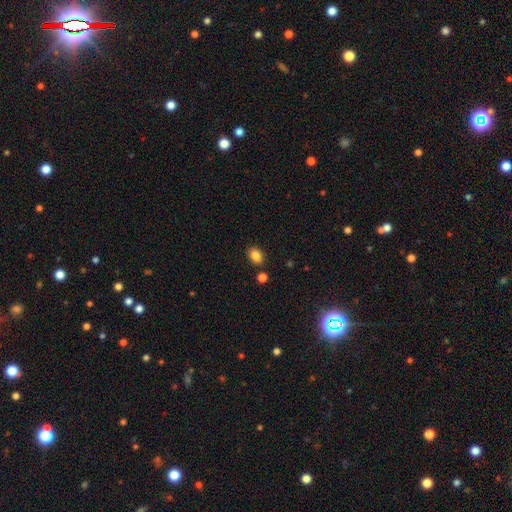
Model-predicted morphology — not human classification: Smooth or featured?
  - smooth: 85% *
  - star or artifact: 10%
  - featured or disk: 5%
How rounded?
  - in between: 77% *
  - round: 22%
  - cigar-shaped: 1%
Merging?
  - none: 83% *
  - minor disturbance: 10%
  - merger: 4%
  - major disturbance: 3%